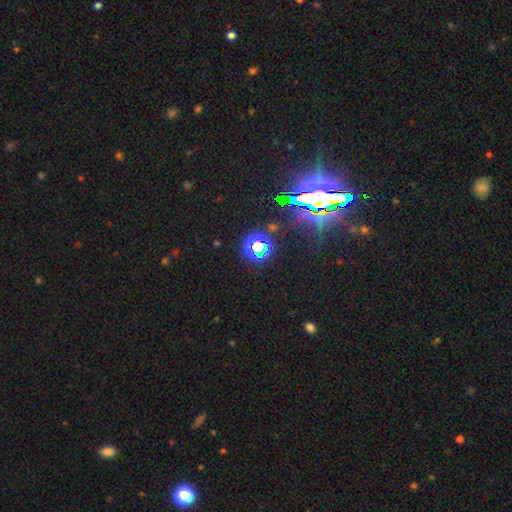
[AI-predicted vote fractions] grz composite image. It shows a star or artifact, not a galaxy (84%).